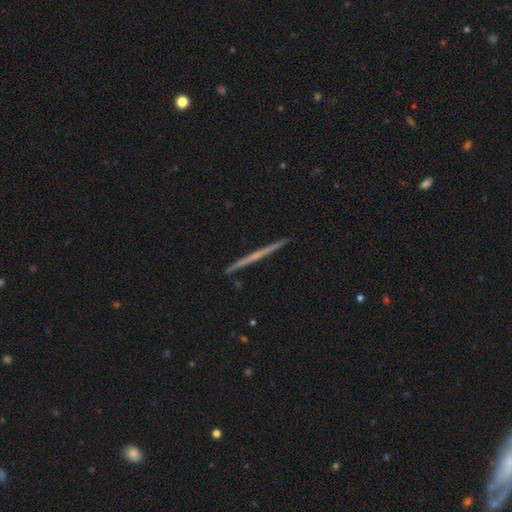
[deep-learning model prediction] Smooth or featured? Predicted: featured or disk (p=0.69). Edge-on disk? Predicted: yes (p=0.98). Edge-on bulge? Predicted: none (p=0.73). Merging? Predicted: none (p=0.93).